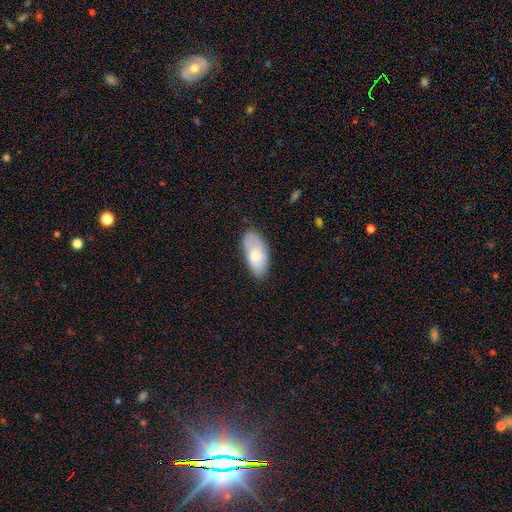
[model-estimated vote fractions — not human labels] smooth 66%, featured or disk 27%, star or artifact 6%. Down the decision tree: how rounded — in between (93%); merging — none (70%).